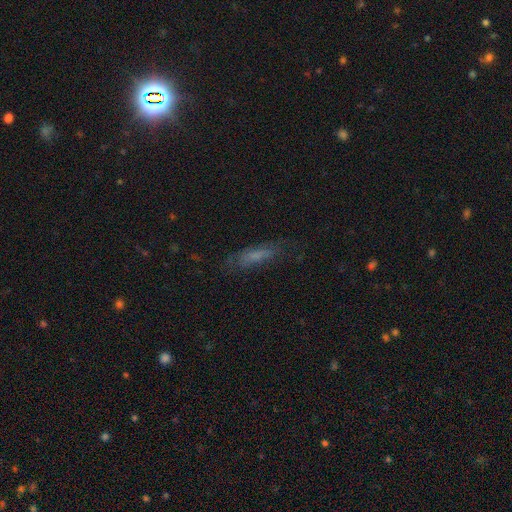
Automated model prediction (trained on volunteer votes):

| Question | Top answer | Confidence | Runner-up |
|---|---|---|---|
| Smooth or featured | smooth | 58% | featured or disk (29%) |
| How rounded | cigar-shaped | 64% | in between (34%) |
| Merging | none | 65% | minor disturbance (22%) |